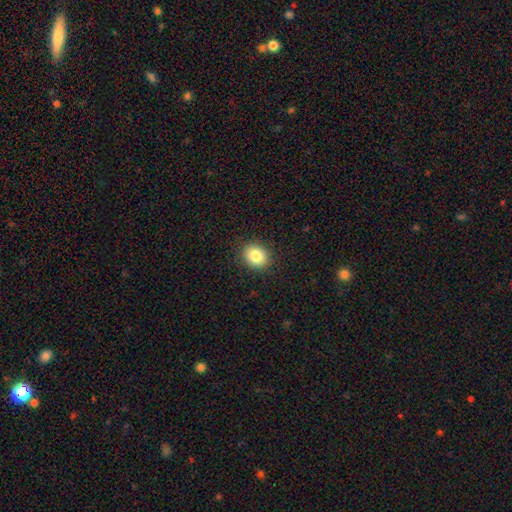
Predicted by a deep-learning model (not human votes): A smooth galaxy with no disk features (85%) that is round (64%).

Vote fractions:
- Smooth or featured? smooth: 85% / star or artifact: 9% / featured or disk: 6%
- How rounded? round: 64% / in between: 35% / cigar-shaped: 1%
- Merging? none: 90% / minor disturbance: 7% / major disturbance: 2% / merger: 1%